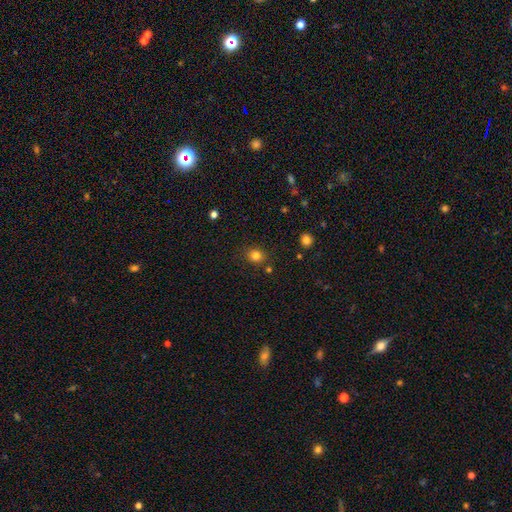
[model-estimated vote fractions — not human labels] Smooth or featured?
  - smooth: 80% *
  - star or artifact: 14%
  - featured or disk: 6%
How rounded?
  - round: 75% *
  - in between: 24%
  - cigar-shaped: 1%
Merging?
  - none: 84% *
  - minor disturbance: 9%
  - merger: 4%
  - major disturbance: 3%